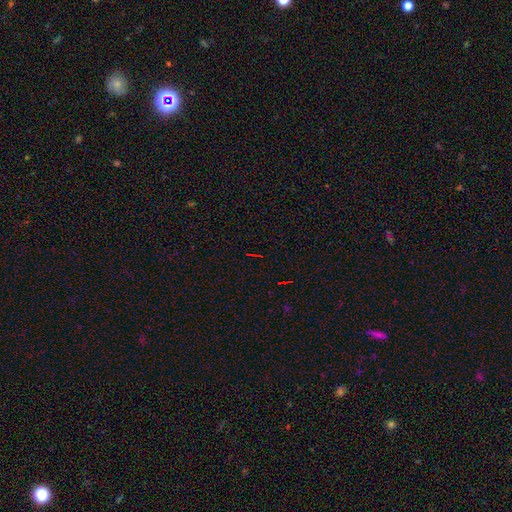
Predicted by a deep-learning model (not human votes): smooth-or-featured: star or artifact: 74% | smooth: 15% | featured or disk: 11%